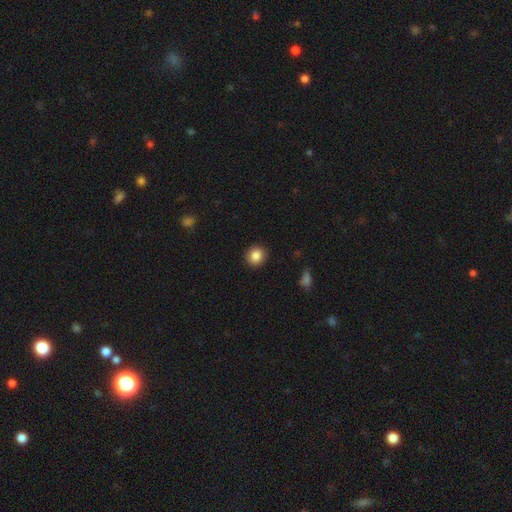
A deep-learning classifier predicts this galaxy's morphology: A smooth galaxy with no disk features (86%) that is round (88%).

Vote fractions:
- Smooth or featured? smooth: 86% / star or artifact: 9% / featured or disk: 4%
- How rounded? round: 88% / in between: 11% / cigar-shaped: 1%
- Merging? none: 91% / minor disturbance: 6% / major disturbance: 2% / merger: 1%